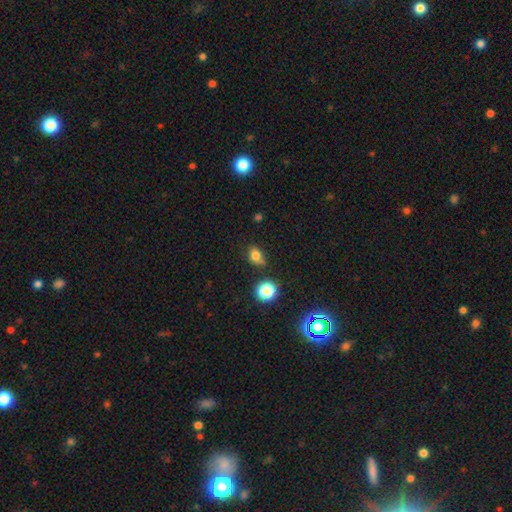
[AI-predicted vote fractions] Overall: smooth (77%). How rounded: round (56%; in between 42%). Merging: none (64%).